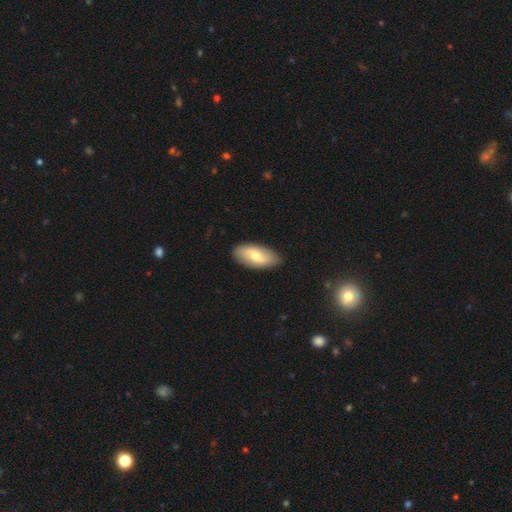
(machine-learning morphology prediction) Smooth or featured: smooth — 57% (featured or disk — 38%)
How rounded: in between — 91% (cigar-shaped — 6%)
Merging: none — 88% (minor disturbance — 9%)